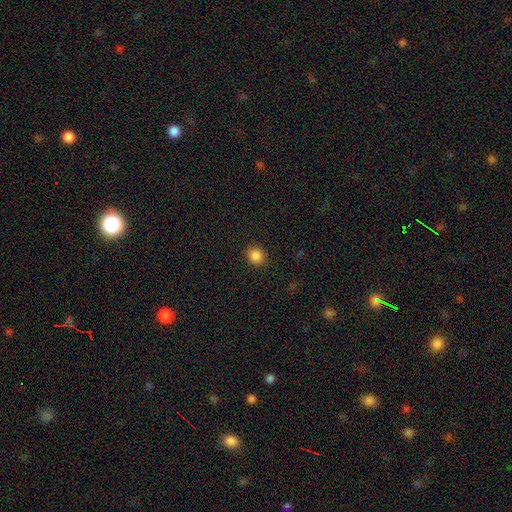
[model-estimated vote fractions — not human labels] smooth 87%, star or artifact 10%, featured or disk 3%. Down the decision tree: how rounded — round (83%); merging — none (91%).